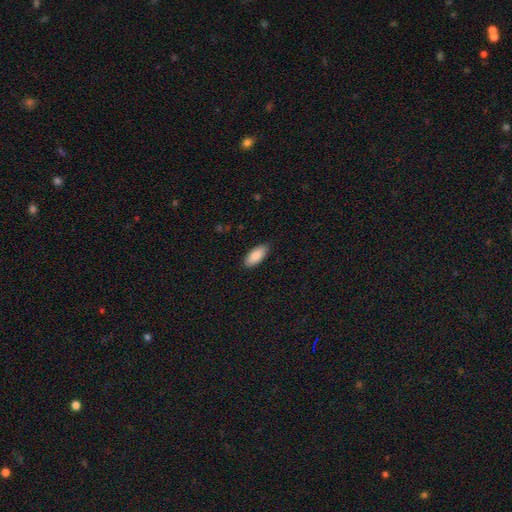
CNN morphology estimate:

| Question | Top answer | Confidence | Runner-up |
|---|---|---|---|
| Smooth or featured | smooth | 89% | star or artifact (6%) |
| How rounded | in between | 87% | cigar-shaped (12%) |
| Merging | none | 86% | minor disturbance (11%) |